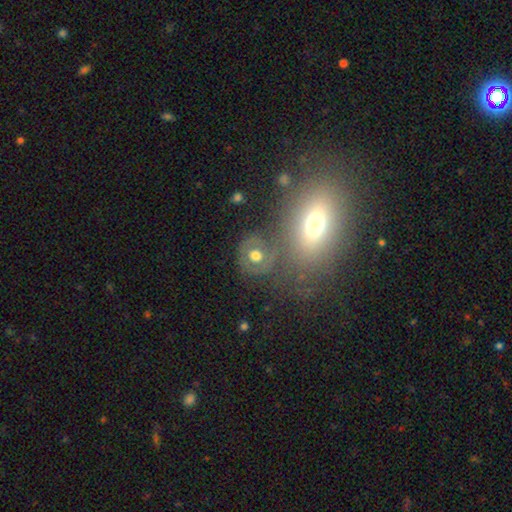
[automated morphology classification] type=smooth (51%); roundness=round (77%); merging=none (61%).